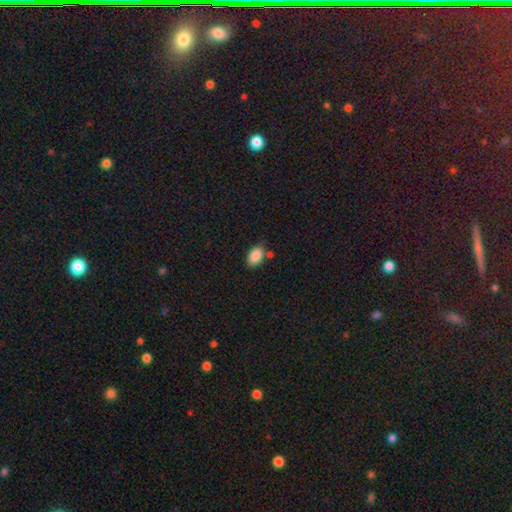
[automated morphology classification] type=smooth (88%); roundness=in between (90%); merging=none (70%).